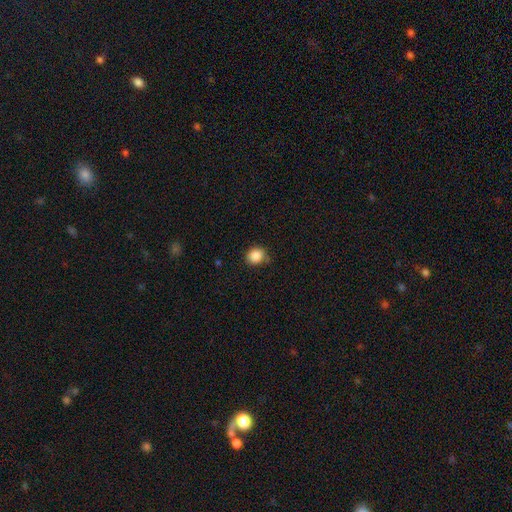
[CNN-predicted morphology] Smooth or featured? Predicted: smooth (p=0.87). How rounded? Predicted: round (p=0.80). Merging? Predicted: none (p=0.78).